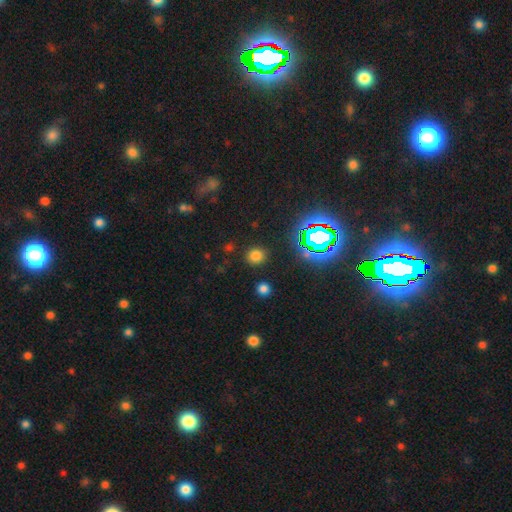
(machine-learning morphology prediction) Q: Smooth or featured?
A: smooth (71%); runner-up: star or artifact (23%)
Q: How rounded?
A: round (87%); runner-up: in between (12%)
Q: Merging?
A: none (88%); runner-up: minor disturbance (7%)